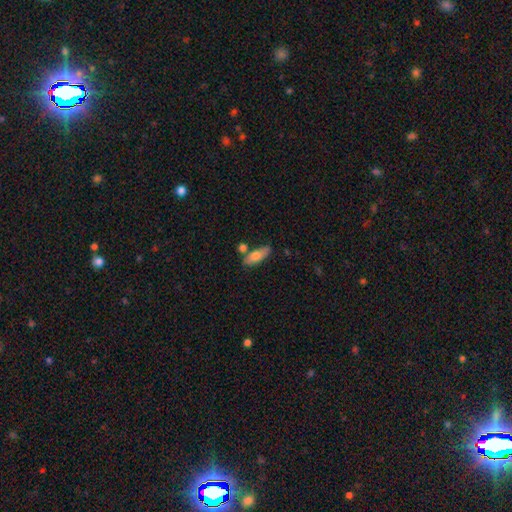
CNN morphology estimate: smooth-or-featured: smooth: 74% | featured or disk: 20% | star or artifact: 6%
  how-rounded: in between: 69% | cigar-shaped: 28% | round: 3%
  merging: none: 67% | minor disturbance: 15% | merger: 14% | major disturbance: 4%